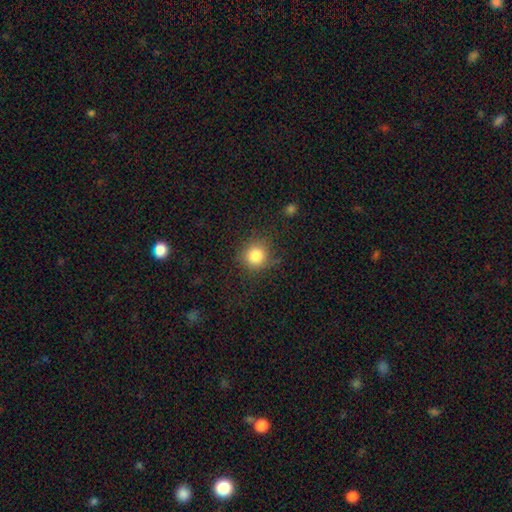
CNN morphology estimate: Smooth or featured? smooth (84%)
How rounded? round (89%)
Merging? none (77%)